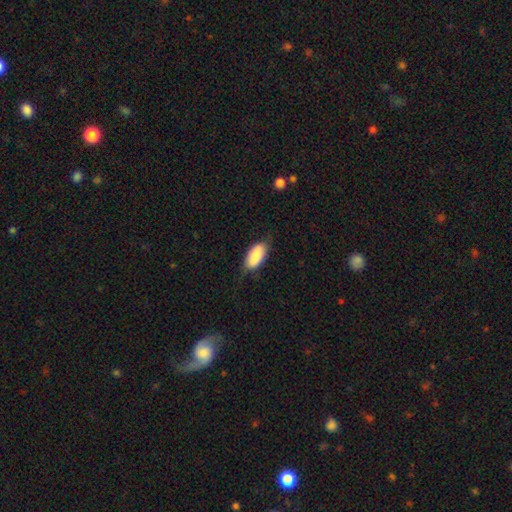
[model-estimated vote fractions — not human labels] Morphology: type=smooth (85%); roundness=in between (91%); merging=none (70%).